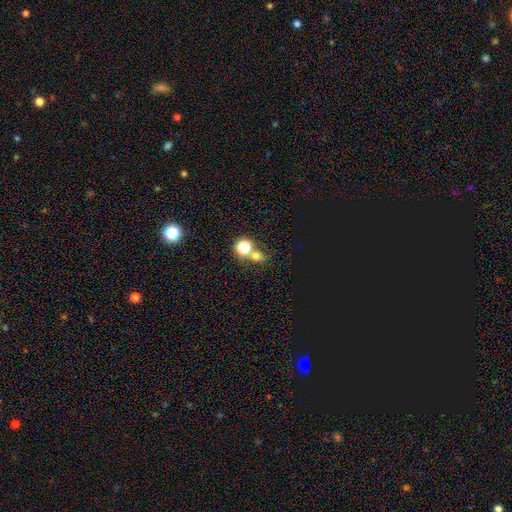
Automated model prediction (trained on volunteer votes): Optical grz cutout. It shows a smooth galaxy with no disk features (65%) that is round (69%). Merging: none (53%).